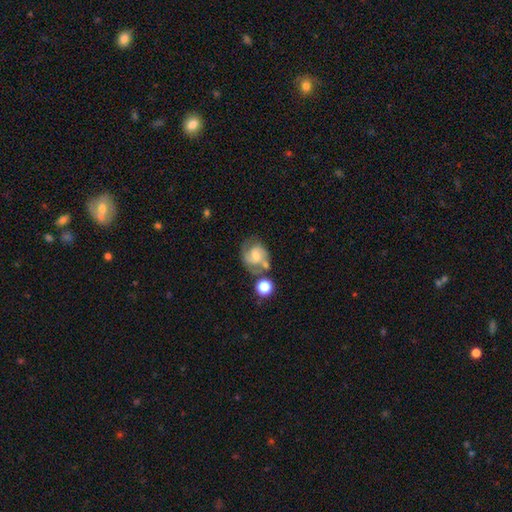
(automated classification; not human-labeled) The model was most divided on "bulge size": small: 43%, moderate: 39%, none: 11%, large: 6%, dominant: 2%. Remaining: edge-on disk — no (98%); spiral arms — yes (93%); spiral arm count — 2 (78%); smooth or featured — featured or disk (72%); merging — none (51%); spiral winding — medium (50%); bar — no (49%).